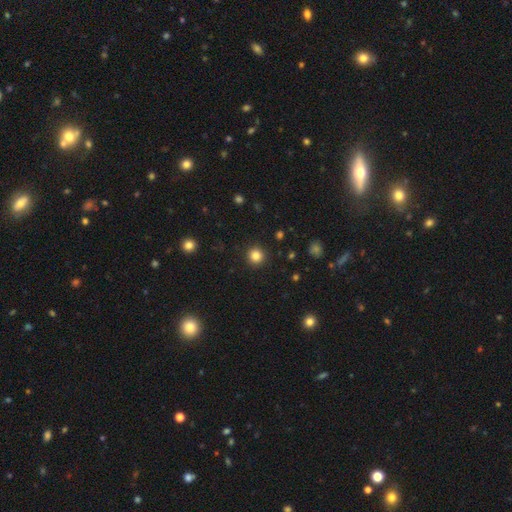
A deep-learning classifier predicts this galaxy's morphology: type=smooth (84%); roundness=round (95%); merging=none (92%).